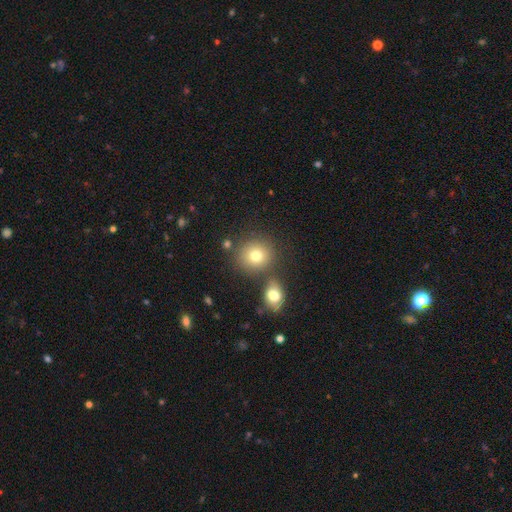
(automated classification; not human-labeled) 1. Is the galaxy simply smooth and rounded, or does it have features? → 77% smooth, 12% star or artifact, 11% featured or disk.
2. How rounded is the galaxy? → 85% round, 14% in between, 1% cigar-shaped.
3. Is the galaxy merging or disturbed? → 72% none, 16% merger, 9% minor disturbance, 3% major disturbance.